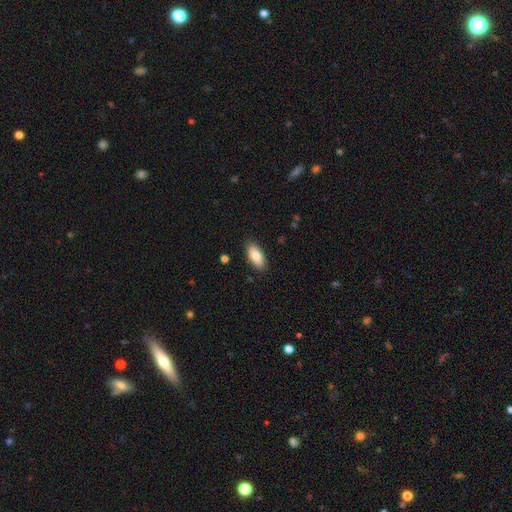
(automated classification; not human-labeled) Smooth or featured: smooth — 80% (featured or disk — 14%)
How rounded: in between — 90% (cigar-shaped — 8%)
Merging: none — 87% (minor disturbance — 10%)